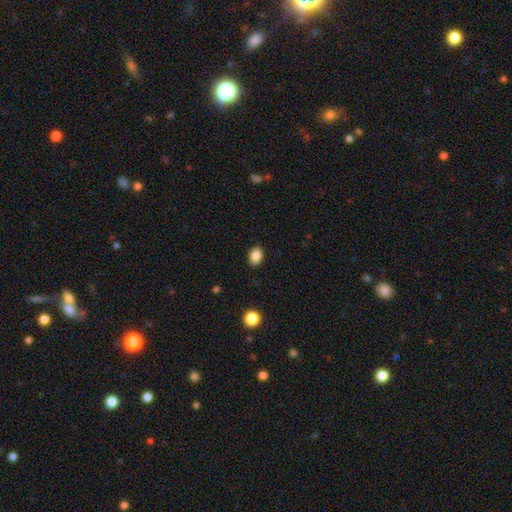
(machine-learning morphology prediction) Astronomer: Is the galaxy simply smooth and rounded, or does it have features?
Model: smooth — 86%.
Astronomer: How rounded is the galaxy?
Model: in between — 78%.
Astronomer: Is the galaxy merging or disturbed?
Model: none — 88%.